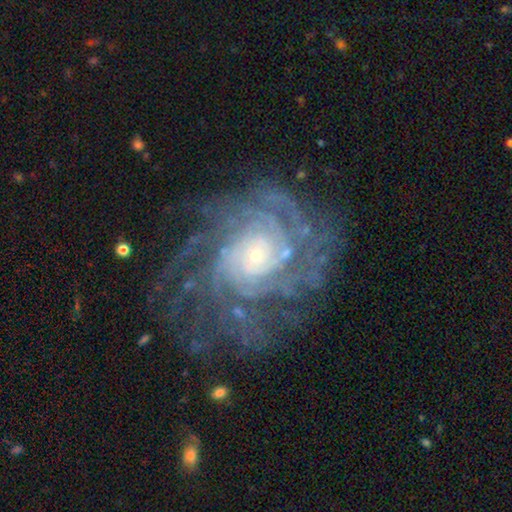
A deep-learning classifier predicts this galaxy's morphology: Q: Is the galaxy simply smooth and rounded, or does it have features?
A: featured or disk — 89%.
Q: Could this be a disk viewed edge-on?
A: no — 97%.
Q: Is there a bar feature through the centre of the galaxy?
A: no — 75%.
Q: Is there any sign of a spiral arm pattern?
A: yes — 97%.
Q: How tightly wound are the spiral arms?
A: tight — 73%.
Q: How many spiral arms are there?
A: more than 4 — 27%.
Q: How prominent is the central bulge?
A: small — 74%.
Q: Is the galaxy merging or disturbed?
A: none — 67%.